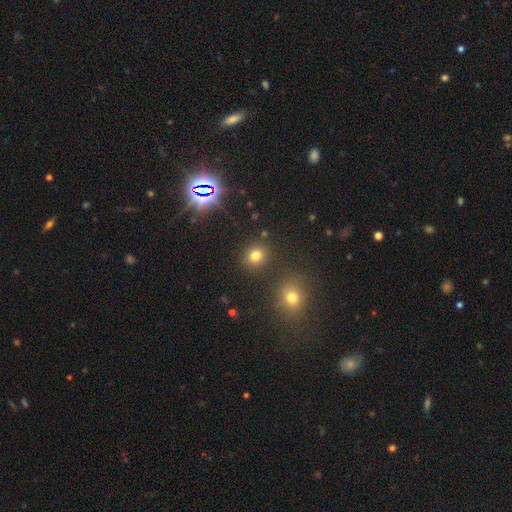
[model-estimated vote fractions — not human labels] Morphology: type=smooth (76%); roundness=round (80%); merging=none (86%).